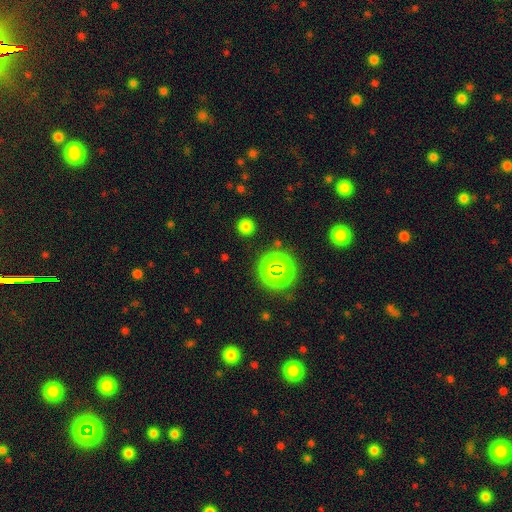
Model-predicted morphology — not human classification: Smooth or featured? Predicted: star or artifact (p=0.54).